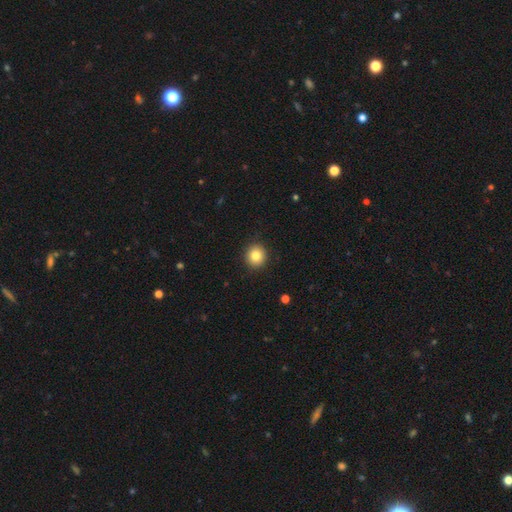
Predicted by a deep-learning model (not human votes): smooth-or-featured: smooth: 84% | star or artifact: 10% | featured or disk: 6%
  how-rounded: round: 90% | in between: 9% | cigar-shaped: 1%
  merging: none: 91% | minor disturbance: 6% | major disturbance: 2% | merger: 1%